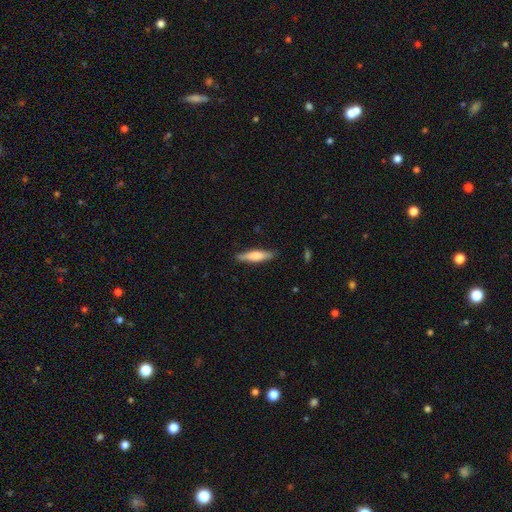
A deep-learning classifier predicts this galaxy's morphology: Smooth or featured? smooth (60%)
How rounded? cigar-shaped (79%)
Merging? none (88%)